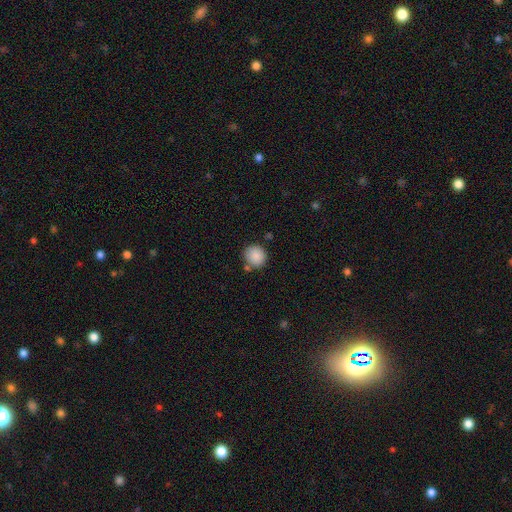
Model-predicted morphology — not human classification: Smooth or featured?
  - smooth: 88% *
  - star or artifact: 8%
  - featured or disk: 4%
How rounded?
  - round: 89% *
  - in between: 10%
  - cigar-shaped: 1%
Merging?
  - none: 78% *
  - minor disturbance: 11%
  - merger: 8%
  - major disturbance: 3%